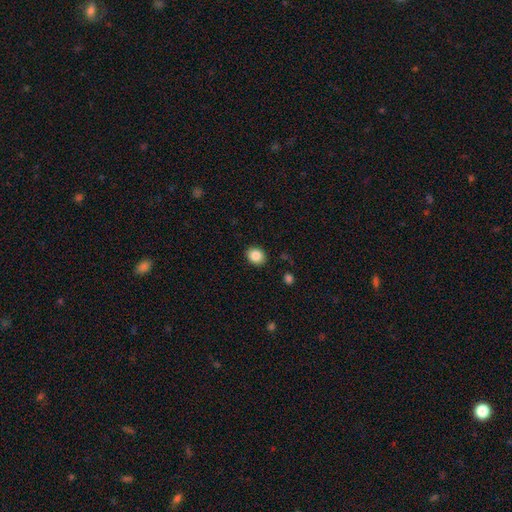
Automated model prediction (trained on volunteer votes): Smooth or featured? Predicted: smooth (p=0.86). How rounded? Predicted: round (p=0.63). Merging? Predicted: none (p=0.90).